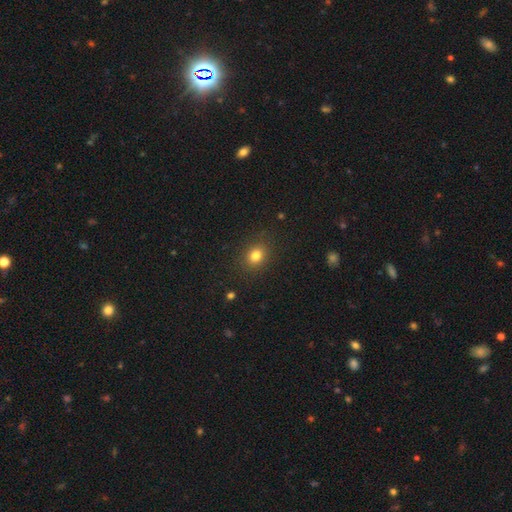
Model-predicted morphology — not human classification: Smooth or featured? smooth (81%)
How rounded? round (56%)
Merging? none (88%)